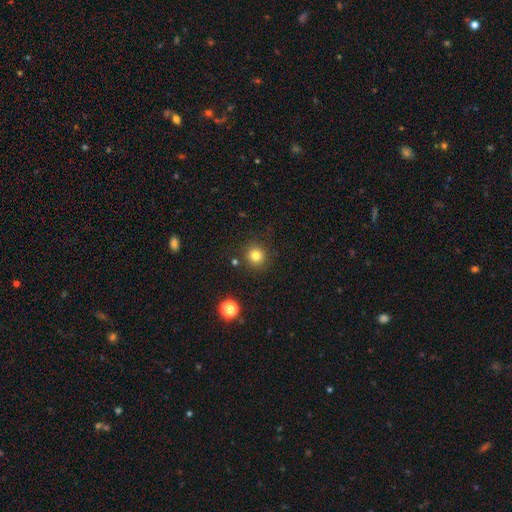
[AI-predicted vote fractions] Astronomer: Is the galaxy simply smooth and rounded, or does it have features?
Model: smooth — 81%.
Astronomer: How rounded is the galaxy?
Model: round — 91%.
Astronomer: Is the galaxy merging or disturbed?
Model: none — 88%.